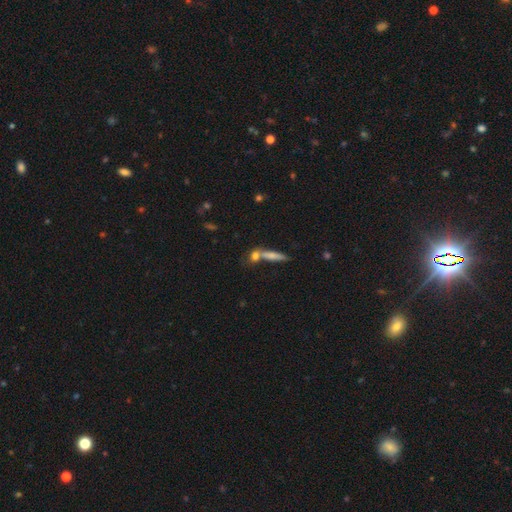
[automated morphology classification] This appears to be a smooth galaxy with no disk features (50%). Merging: none (54%).